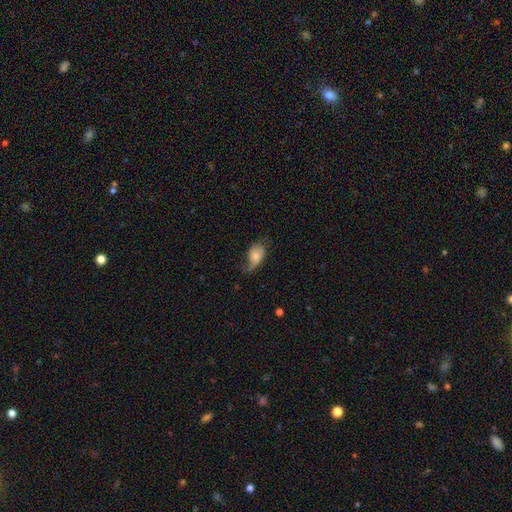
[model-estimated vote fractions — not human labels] A smooth galaxy with no disk features (60%) that is in between round and cigar-shaped (87%).

Vote fractions:
- Smooth or featured? smooth: 60% / featured or disk: 32% / star or artifact: 8%
- How rounded? in between: 87% / round: 10% / cigar-shaped: 2%
- Merging? minor disturbance: 36% / none: 34% / major disturbance: 28% / merger: 2%